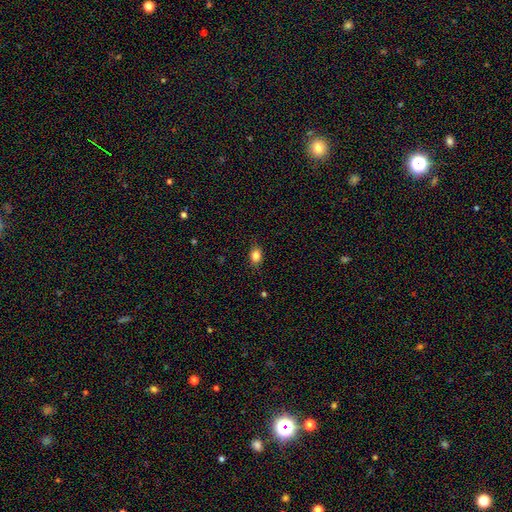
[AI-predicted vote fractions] A smooth galaxy with no disk features (84%) that is in between round and cigar-shaped (74%). Merging: none (85%).